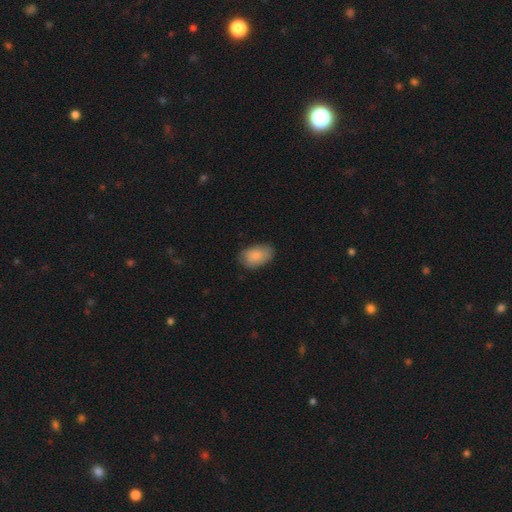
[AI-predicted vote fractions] Q: Smooth or featured?
A: smooth (87%); runner-up: featured or disk (7%)
Q: How rounded?
A: in between (90%); runner-up: round (8%)
Q: Merging?
A: none (77%); runner-up: minor disturbance (18%)